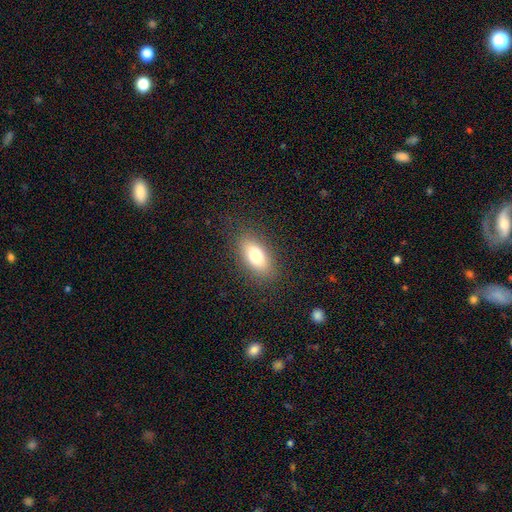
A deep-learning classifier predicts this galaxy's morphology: The model was most divided on "smooth or featured": smooth: 77%, featured or disk: 14%, star or artifact: 9%. More confident: how rounded — in between (87%); merging — none (84%).